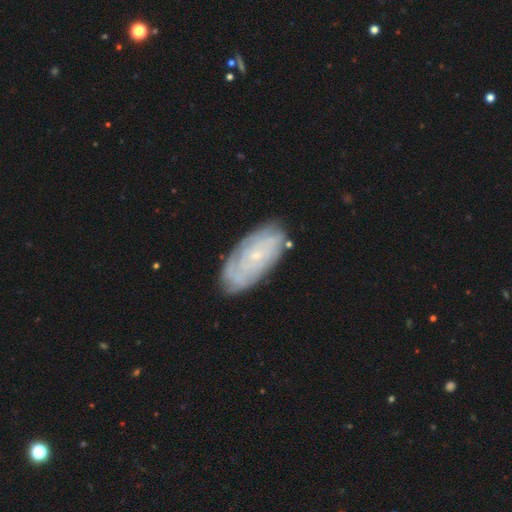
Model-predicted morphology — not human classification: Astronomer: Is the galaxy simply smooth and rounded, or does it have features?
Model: featured or disk — 65%.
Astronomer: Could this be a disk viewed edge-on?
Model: no — 91%.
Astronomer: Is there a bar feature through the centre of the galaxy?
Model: no — 81%.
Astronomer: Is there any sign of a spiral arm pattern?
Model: yes — 78%.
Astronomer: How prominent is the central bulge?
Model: small — 84%.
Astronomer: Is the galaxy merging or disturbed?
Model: none — 79%.